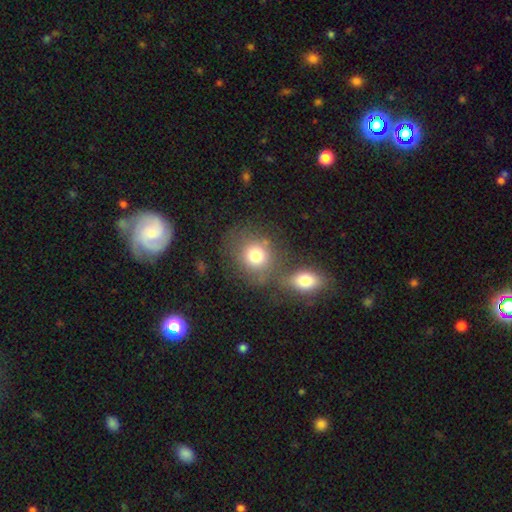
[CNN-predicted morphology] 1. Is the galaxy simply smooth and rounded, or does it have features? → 76% smooth, 14% featured or disk, 10% star or artifact.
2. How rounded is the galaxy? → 73% round, 26% in between, 1% cigar-shaped.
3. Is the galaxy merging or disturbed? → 47% none, 35% merger, 12% minor disturbance, 7% major disturbance.